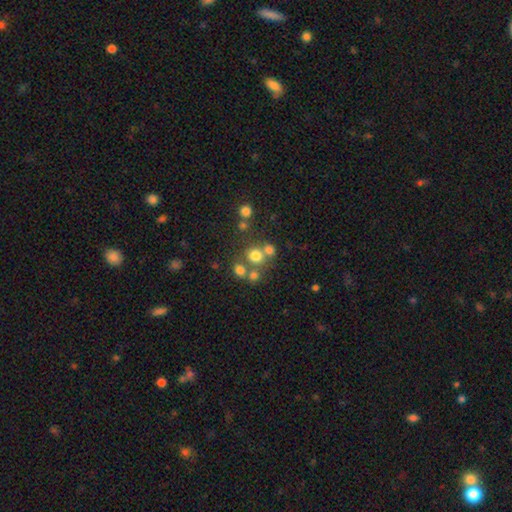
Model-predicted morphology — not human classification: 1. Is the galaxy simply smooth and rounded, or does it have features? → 69% smooth, 18% star or artifact, 13% featured or disk.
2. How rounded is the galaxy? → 85% round, 14% in between, 1% cigar-shaped.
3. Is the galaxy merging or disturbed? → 58% none, 28% merger, 8% minor disturbance, 5% major disturbance.